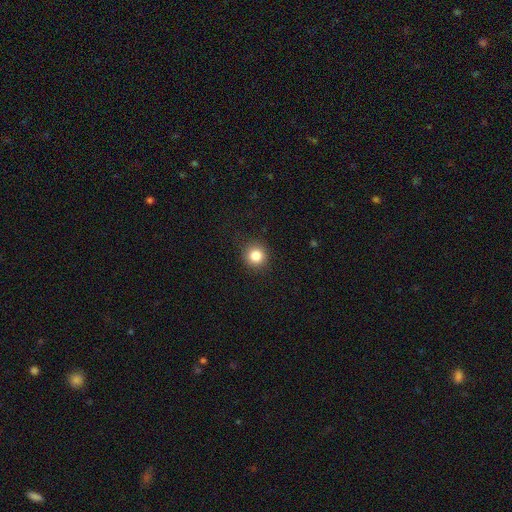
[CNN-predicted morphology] Smooth or featured?
  - smooth: 84% *
  - star or artifact: 11%
  - featured or disk: 5%
How rounded?
  - round: 92% *
  - in between: 7%
  - cigar-shaped: 1%
Merging?
  - none: 90% *
  - minor disturbance: 7%
  - major disturbance: 2%
  - merger: 1%